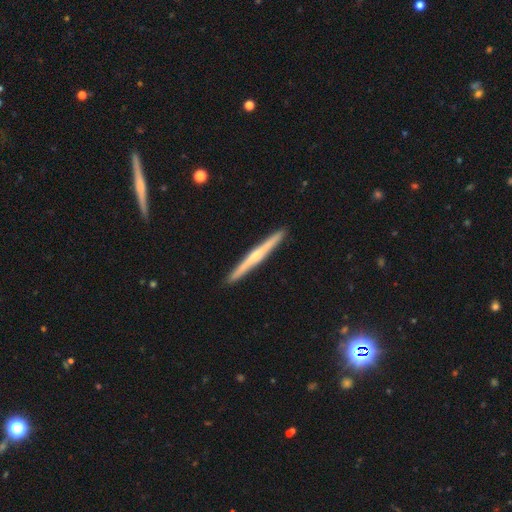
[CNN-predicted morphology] A featured or disk galaxy (67%) viewed edge-on (98%) with a rounded central bulge (56%). Merging: none (93%).